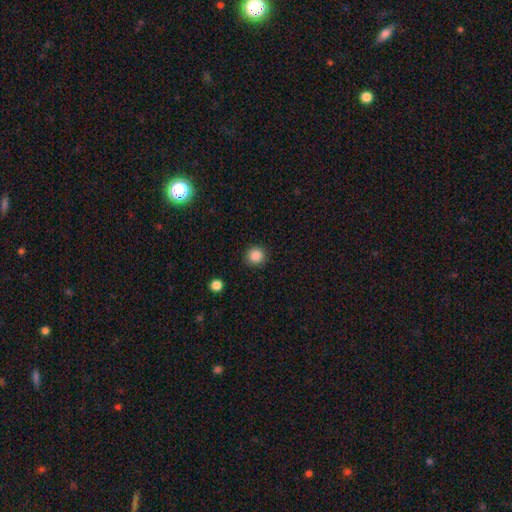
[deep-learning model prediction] smooth_or_featured: smooth (p=0.87) [alt: star or artifact p=0.10]
how_rounded: round (p=0.93) [alt: in between p=0.06]
merging: none (p=0.91) [alt: minor disturbance p=0.06]